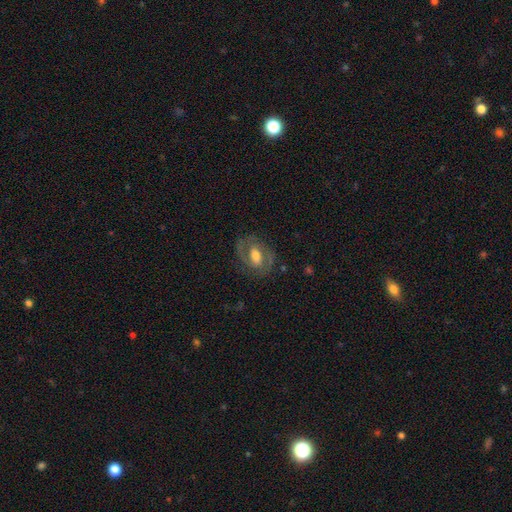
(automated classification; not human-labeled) Smooth or featured?
  - featured or disk: 69% *
  - smooth: 25%
  - star or artifact: 7%
Edge-on disk?
  - no: 95% *
  - yes: 5%
Bar?
  - weak: 42% *
  - no: 31%
  - strong: 27%
Spiral arms?
  - yes: 75% *
  - no: 25%
Bulge size?
  - moderate: 59% *
  - large: 21%
  - small: 16%
  - none: 2%
  - dominant: 2%
Merging?
  - none: 75% *
  - minor disturbance: 15%
  - major disturbance: 9%
  - merger: 1%